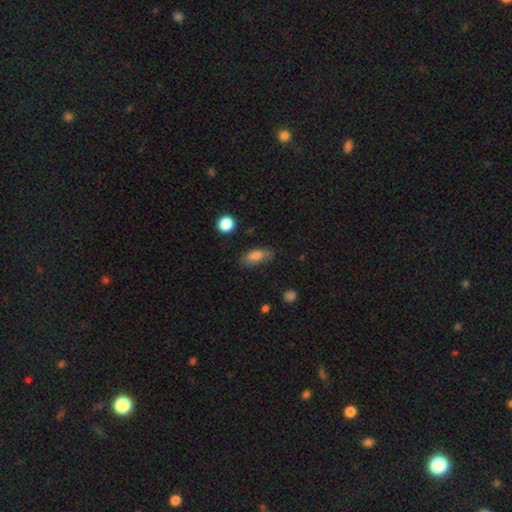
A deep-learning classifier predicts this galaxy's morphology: This appears to be a smooth galaxy with no disk features (80%) that is in between round and cigar-shaped (79%). Merging: none (74%).